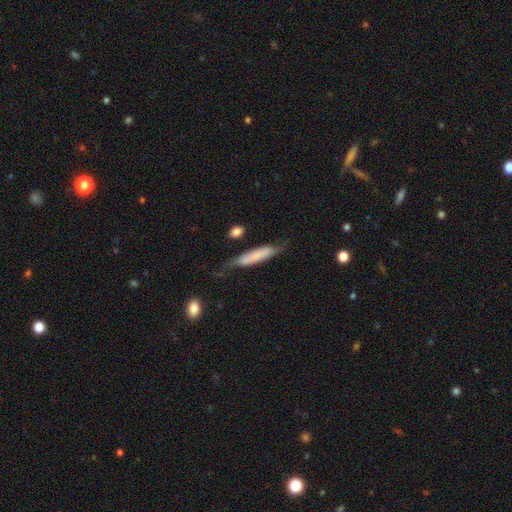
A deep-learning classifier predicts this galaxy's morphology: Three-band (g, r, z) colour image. It shows a smooth galaxy with no disk features (61%) that is cigar-shaped (84%). Merging: none (59%).